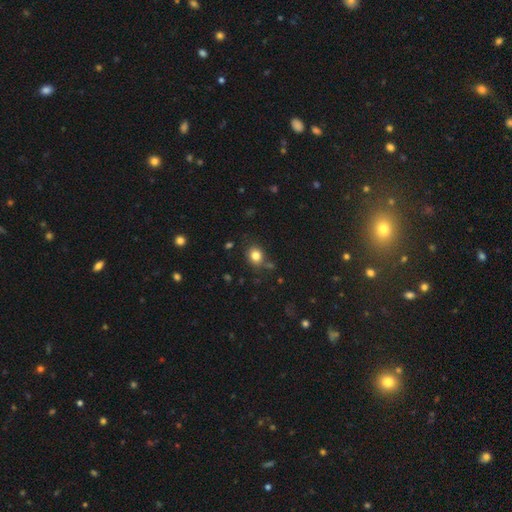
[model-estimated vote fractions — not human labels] Smooth or featured?
  - smooth: 81% *
  - star or artifact: 12%
  - featured or disk: 7%
How rounded?
  - round: 65% *
  - in between: 34%
  - cigar-shaped: 1%
Merging?
  - none: 78% *
  - minor disturbance: 13%
  - merger: 5%
  - major disturbance: 4%